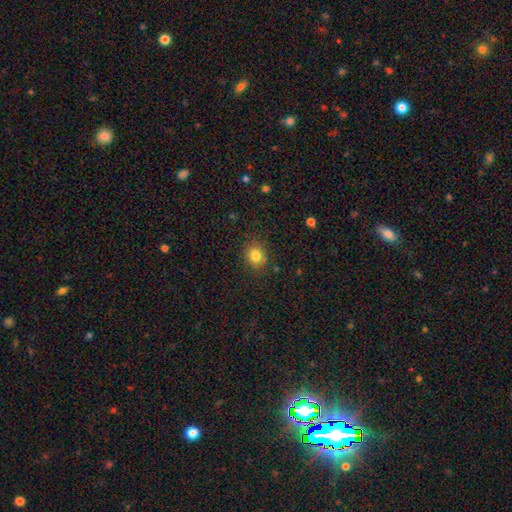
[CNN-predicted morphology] Smooth or featured?
  - smooth: 82% *
  - star or artifact: 12%
  - featured or disk: 6%
How rounded?
  - round: 71% *
  - in between: 28%
  - cigar-shaped: 1%
Merging?
  - none: 86% *
  - minor disturbance: 10%
  - major disturbance: 3%
  - merger: 1%